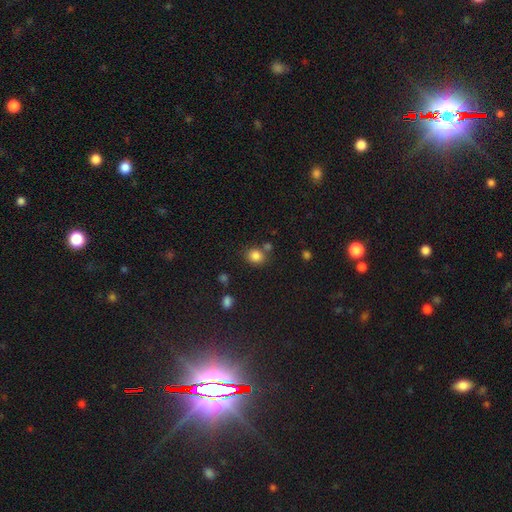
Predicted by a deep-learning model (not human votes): This is clearly a smooth galaxy (83%). How rounded: likely round (70%). Merging: likely none (69%).